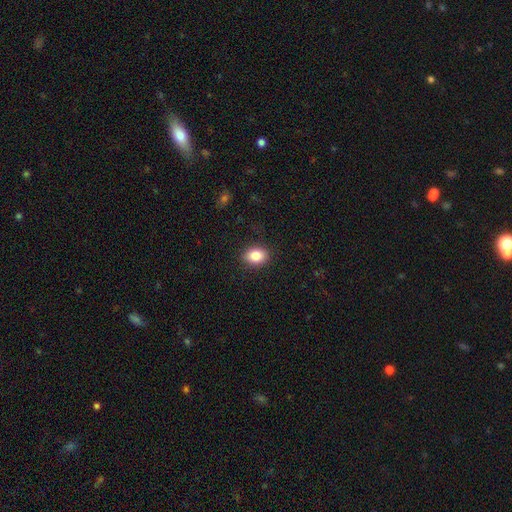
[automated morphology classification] A smooth galaxy with no disk features (85%) that is in between round and cigar-shaped (69%). Merging: none (89%).